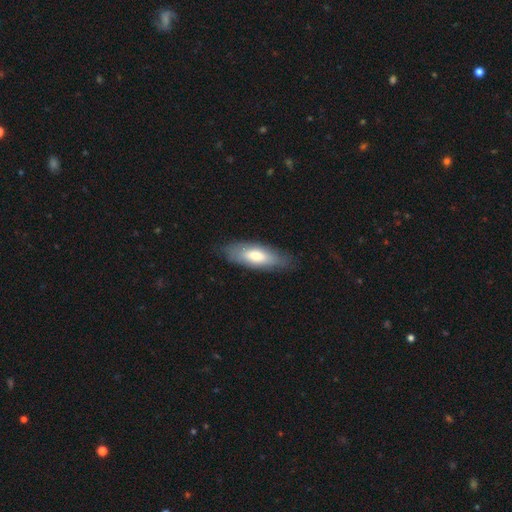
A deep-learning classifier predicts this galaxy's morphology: Overall: smooth (71%). How rounded: in between (69%). Merging: none (80%).